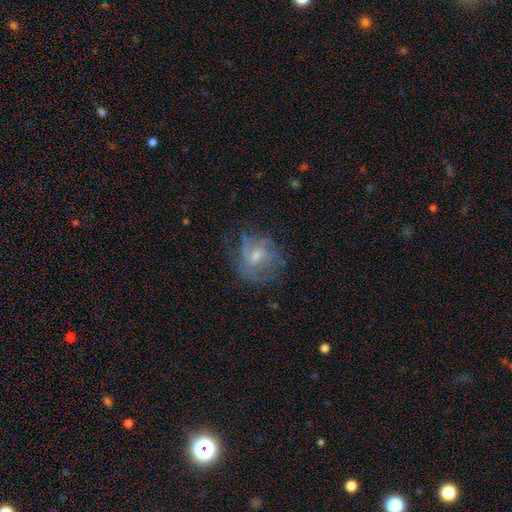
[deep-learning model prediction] A featured or disk galaxy (55%) with no bar (55%), spiral arms (62%) and a moderate central bulge (49%). Merging: none (58%).